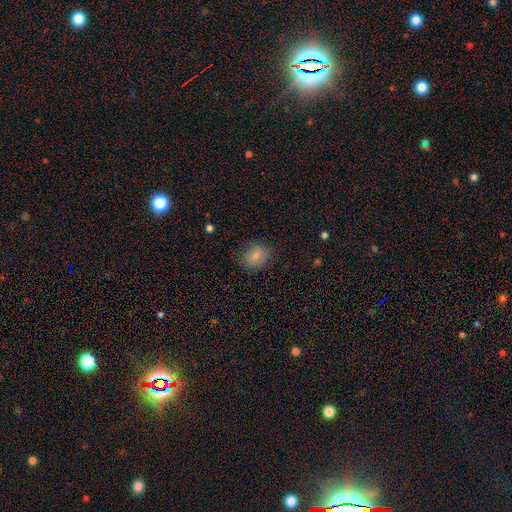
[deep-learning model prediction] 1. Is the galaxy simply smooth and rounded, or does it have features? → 82% smooth, 10% star or artifact, 8% featured or disk.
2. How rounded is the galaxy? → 55% round, 44% in between, 1% cigar-shaped.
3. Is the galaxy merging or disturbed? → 73% none, 20% minor disturbance, 6% major disturbance, 1% merger.